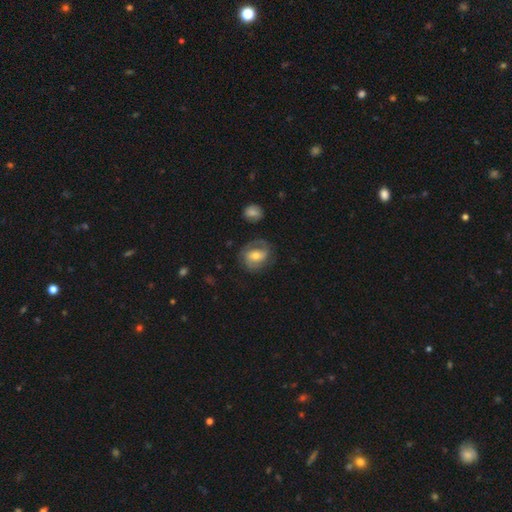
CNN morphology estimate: Smooth or featured: featured or disk — 58% (smooth — 35%)
Edge-on disk: no — 96% (yes — 4%)
Bar: no — 42% (weak — 39%)
Spiral arms: yes — 79% (no — 21%)
Bulge size: moderate — 61% (small — 28%)
Merging: none — 66% (minor disturbance — 20%)